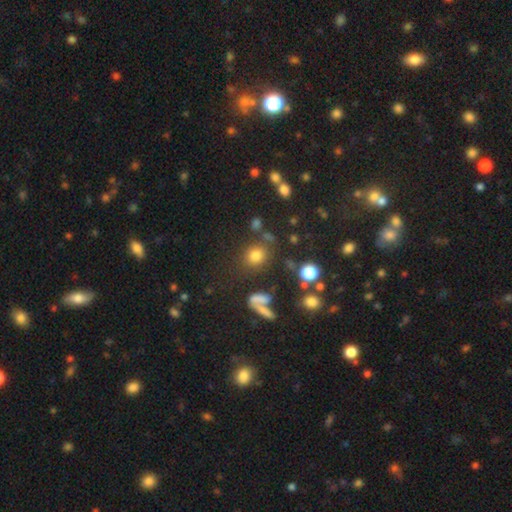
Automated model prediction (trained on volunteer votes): smooth_or_featured: smooth (p=0.76) [alt: star or artifact p=0.15]
how_rounded: round (p=0.76) [alt: in between p=0.21]
merging: none (p=0.72) [alt: minor disturbance p=0.11]